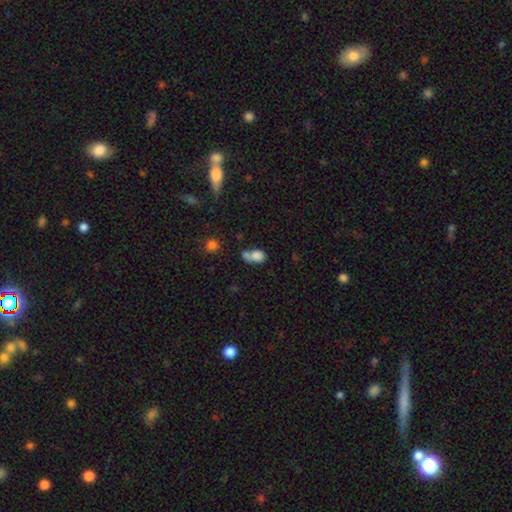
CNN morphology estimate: A smooth galaxy with no disk features (80%) that is in between round and cigar-shaped (72%). Merging: merger (47%).